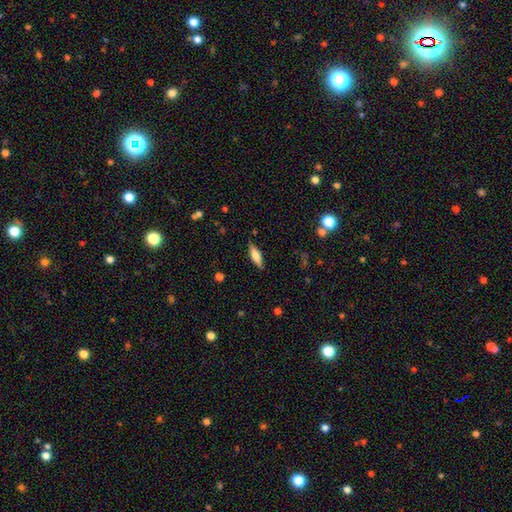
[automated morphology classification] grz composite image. It shows a smooth galaxy with no disk features (54%) that is cigar-shaped (58%). Merging: none (86%).